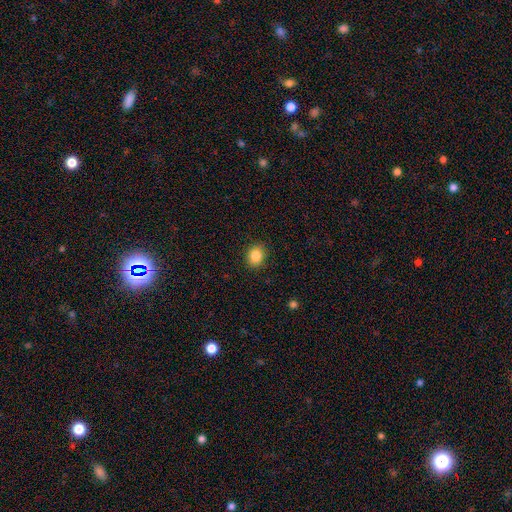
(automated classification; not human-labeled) Smooth or featured? Predicted: smooth (p=0.86). How rounded? Predicted: round (p=0.54). Merging? Predicted: none (p=0.89).